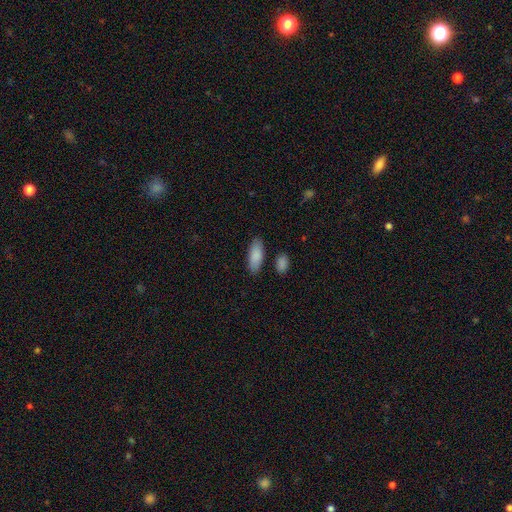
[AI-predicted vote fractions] smooth 87%, featured or disk 7%, star or artifact 6%. Down the decision tree: how rounded — in between (77%); merging — none (84%).